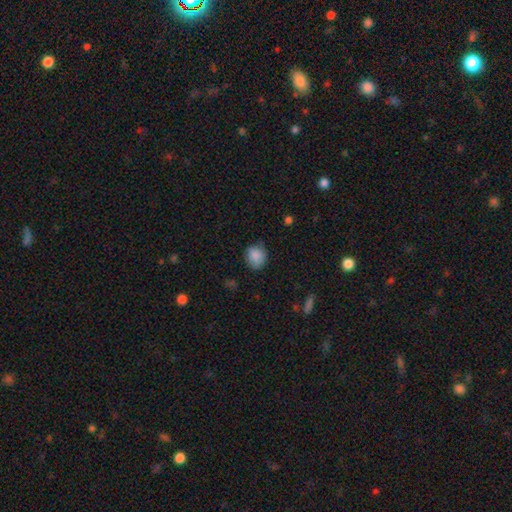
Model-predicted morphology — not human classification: This is clearly a smooth galaxy (86%). How rounded: likely round (71%). Merging: likely none (71%).